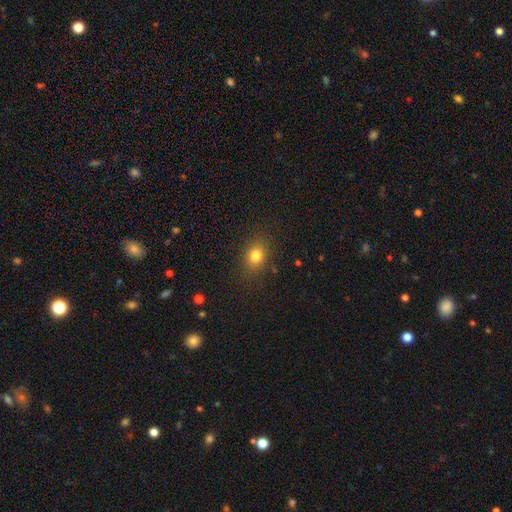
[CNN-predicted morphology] Q: Smooth or featured?
A: smooth (80%); runner-up: star or artifact (12%)
Q: How rounded?
A: in between (54%); runner-up: round (45%)
Q: Merging?
A: none (84%); runner-up: minor disturbance (11%)